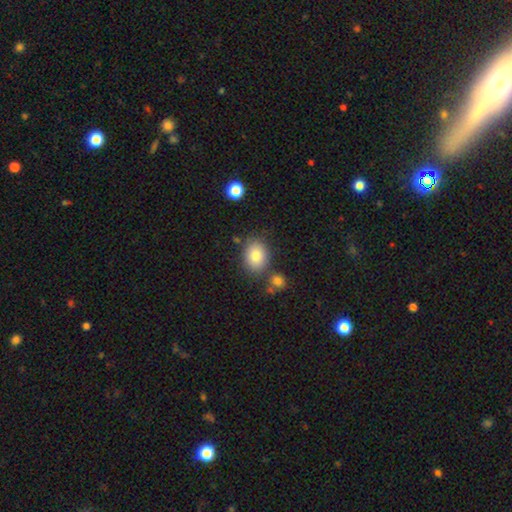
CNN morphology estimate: Smooth or featured? smooth (82%)
How rounded? in between (60%)
Merging? none (75%)